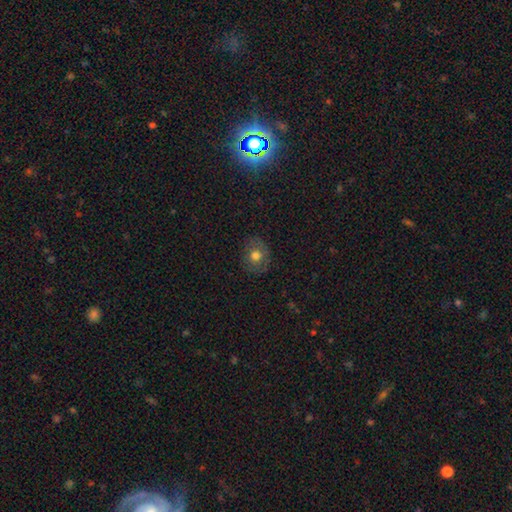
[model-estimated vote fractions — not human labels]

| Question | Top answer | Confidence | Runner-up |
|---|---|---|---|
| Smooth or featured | smooth | 69% | featured or disk (20%) |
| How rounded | round | 73% | in between (26%) |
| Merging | none | 80% | minor disturbance (14%) |